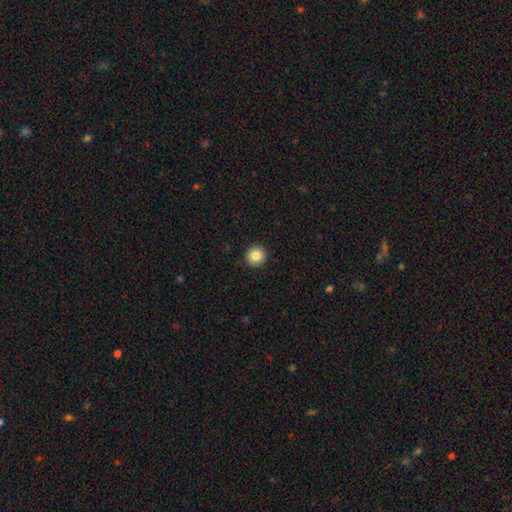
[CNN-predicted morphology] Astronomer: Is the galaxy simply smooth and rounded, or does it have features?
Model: smooth — 85%.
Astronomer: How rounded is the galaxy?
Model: round — 95%.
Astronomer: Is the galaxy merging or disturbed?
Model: none — 93%.